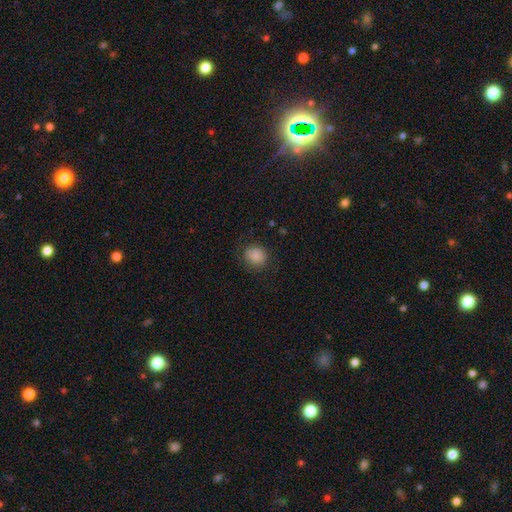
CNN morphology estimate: This appears to be a smooth galaxy with no disk features (85%) that is round (75%). Merging: none (75%).